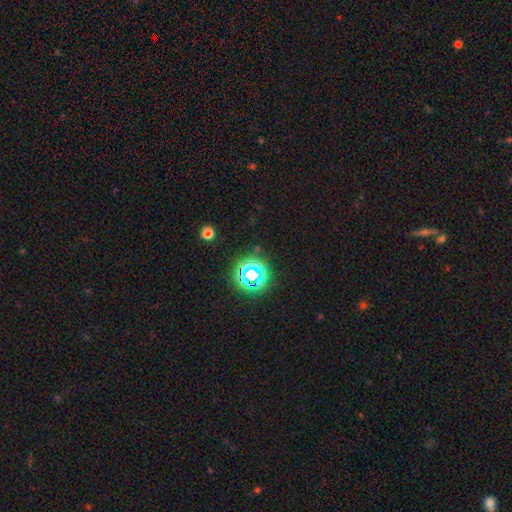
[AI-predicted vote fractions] Smooth or featured: star or artifact — 72% (smooth — 21%)